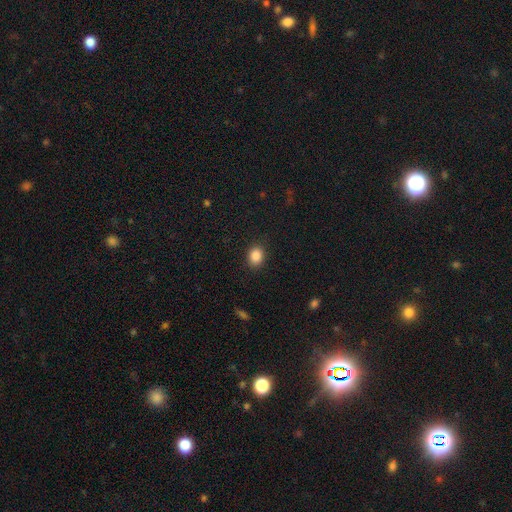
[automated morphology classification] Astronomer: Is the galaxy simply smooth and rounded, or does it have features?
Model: smooth — 87%.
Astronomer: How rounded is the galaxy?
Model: round — 55% (runner-up: in between, 45%).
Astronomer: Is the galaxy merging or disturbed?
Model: none — 89%.